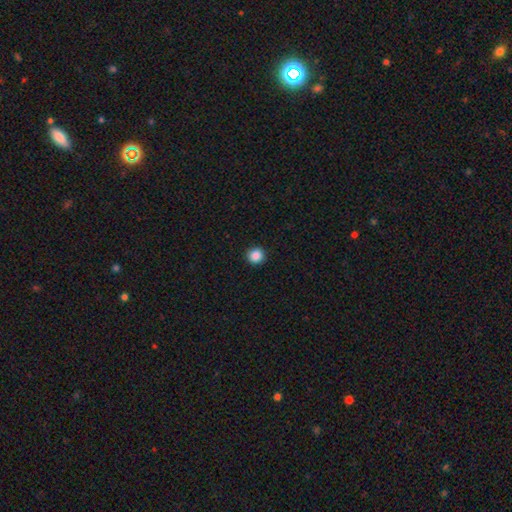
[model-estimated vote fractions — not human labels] Overall: smooth (87%). How rounded: round (94%). Merging: none (93%).